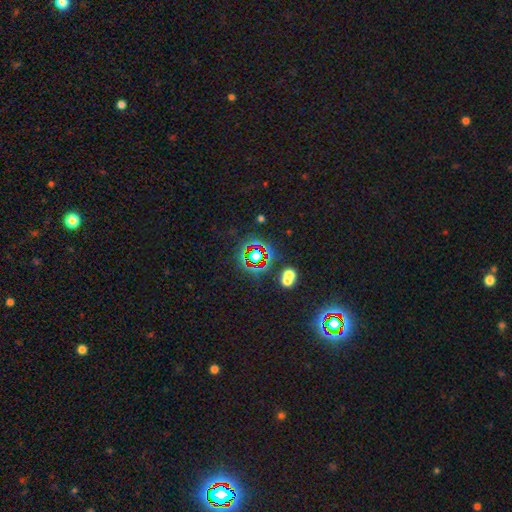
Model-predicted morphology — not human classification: smooth-or-featured: star or artifact: 65% | smooth: 22% | featured or disk: 13%